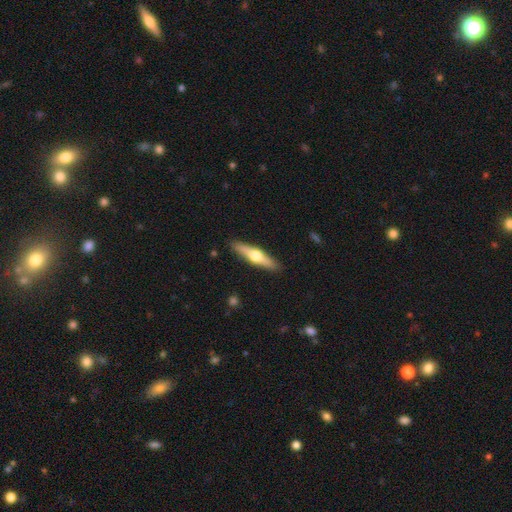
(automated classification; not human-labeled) featured or disk 58%, smooth 36%, star or artifact 5%. Down the decision tree: edge-on disk — yes (95%); edge-on bulge — rounded (95%); merging — none (90%).